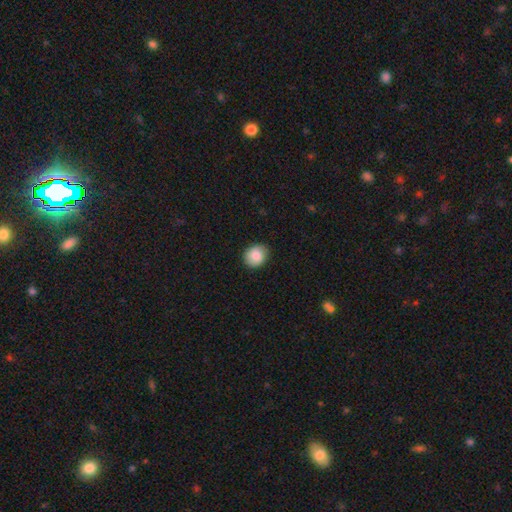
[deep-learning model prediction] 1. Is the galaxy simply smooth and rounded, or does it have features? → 84% smooth, 8% featured or disk, 7% star or artifact.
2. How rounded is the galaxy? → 70% round, 29% in between, 1% cigar-shaped.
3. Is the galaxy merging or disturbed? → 85% none, 11% minor disturbance, 2% major disturbance, 1% merger.